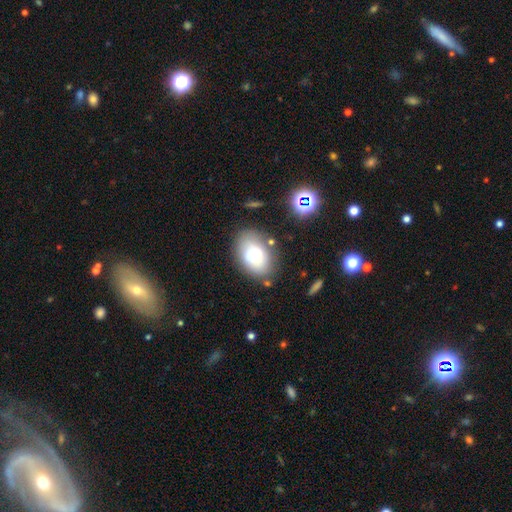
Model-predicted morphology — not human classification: This is likely a smooth galaxy (73%). How rounded: clearly in between (83%). Merging: likely none (74%).